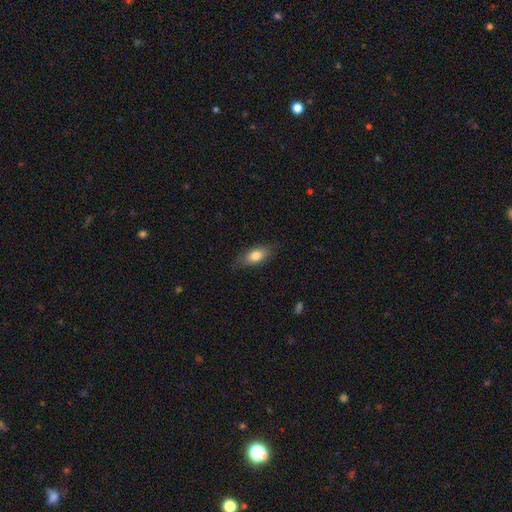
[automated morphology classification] The model was most divided on "smooth or featured": smooth: 77%, featured or disk: 16%, star or artifact: 7%. More confident: how rounded — in between (81%); merging — none (80%).